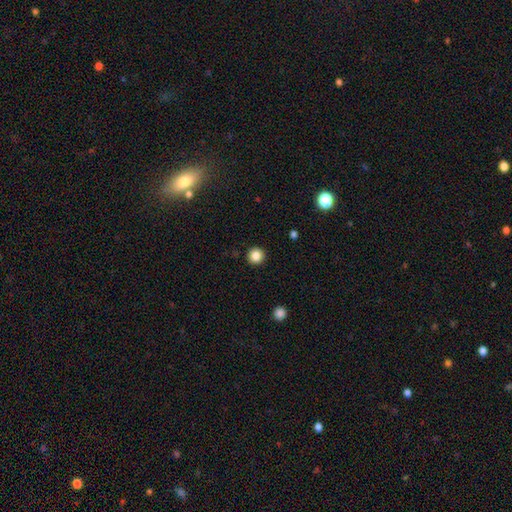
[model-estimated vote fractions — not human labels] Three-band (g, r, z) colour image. It shows a smooth galaxy with no disk features (85%) that is round (95%). Merging: none (93%).